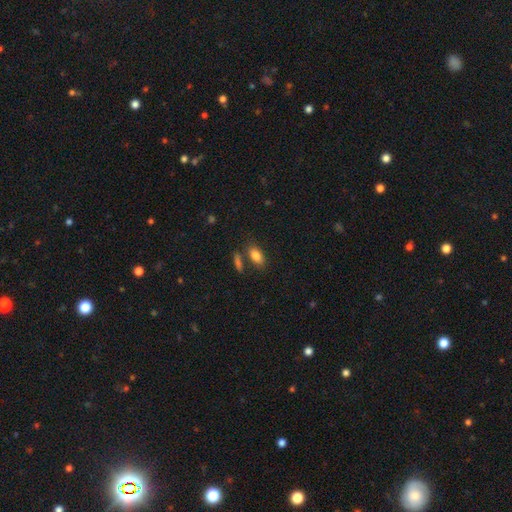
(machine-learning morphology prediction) Q: Smooth or featured?
A: smooth (84%); runner-up: star or artifact (8%)
Q: How rounded?
A: in between (88%); runner-up: cigar-shaped (7%)
Q: Merging?
A: none (69%); runner-up: merger (15%)